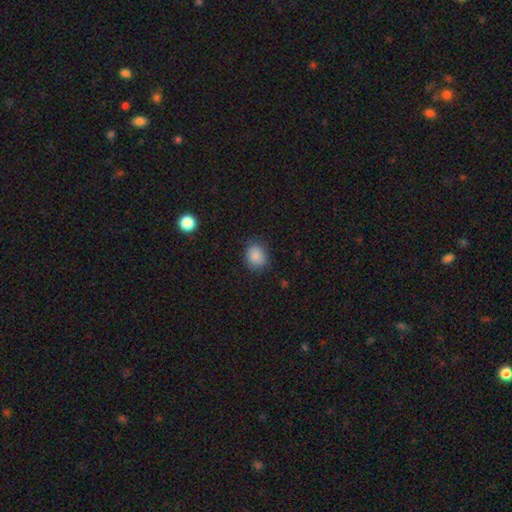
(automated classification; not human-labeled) Smooth or featured? smooth (87%)
How rounded? round (60%)
Merging? none (81%)